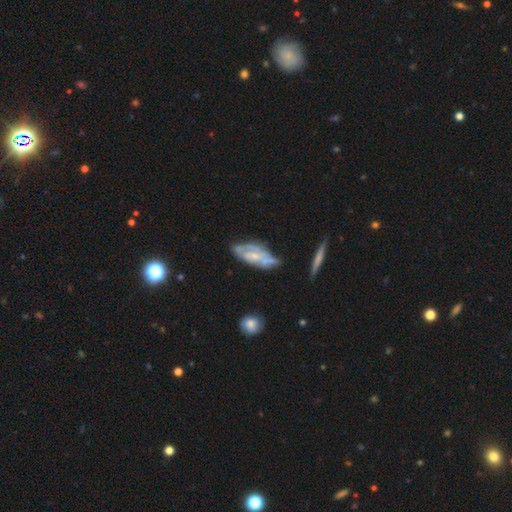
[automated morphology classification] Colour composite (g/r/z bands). It shows a featured or disk galaxy (67%) with no bar (59%), spiral arms (65%) and a small central bulge (55%). Merging: none (52%).